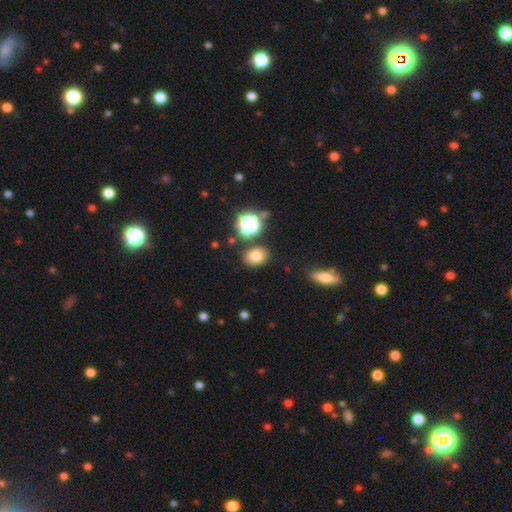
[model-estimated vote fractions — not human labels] Smooth or featured? smooth (75%)
How rounded? in between (63%)
Merging? none (82%)